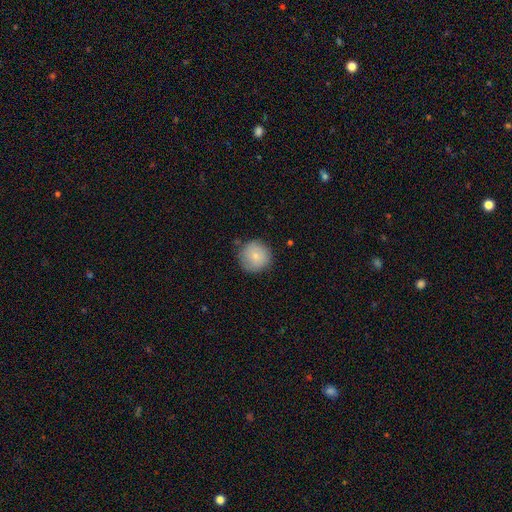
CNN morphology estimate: Smooth or featured? smooth (80%)
How rounded? round (94%)
Merging? none (82%)